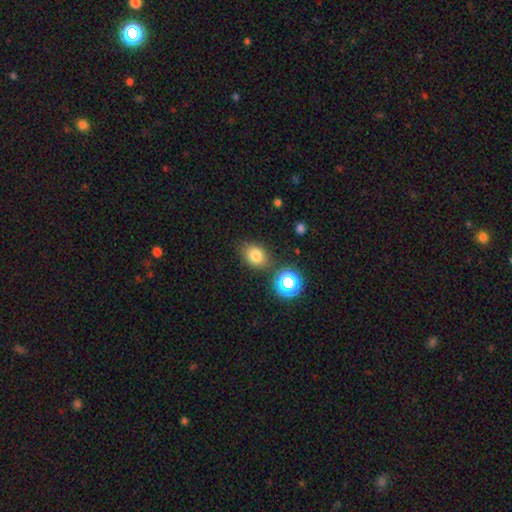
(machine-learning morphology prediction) Smooth or featured? Predicted: smooth (p=0.76). How rounded? Predicted: in between (p=0.58). Merging? Predicted: none (p=0.78).